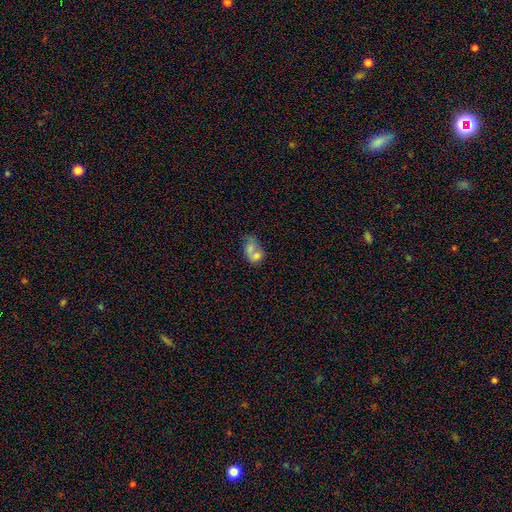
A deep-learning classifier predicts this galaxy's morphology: Overall: smooth (66%). How rounded: in between (67%; round 31%). Merging: merger (64%).